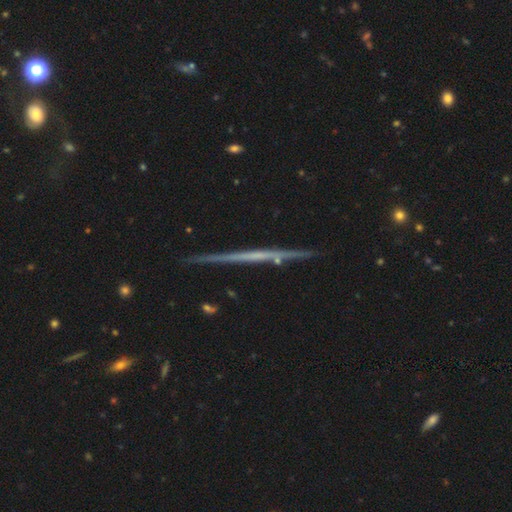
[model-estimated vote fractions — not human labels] A featured or disk galaxy (69%) viewed edge-on (98%) with no central bulge (88%).

Vote fractions:
- Smooth or featured? featured or disk: 69% / smooth: 24% / star or artifact: 6%
- Edge-on disk? yes: 98% / no: 2%
- Edge-on bulge? none: 88% / rounded: 8% / boxy: 4%
- Merging? none: 88% / minor disturbance: 8% / merger: 2% / major disturbance: 2%